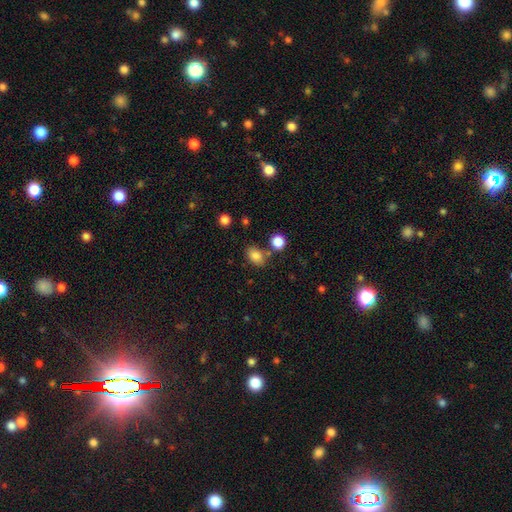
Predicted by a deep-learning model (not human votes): This appears to be a smooth galaxy with no disk features (83%) that is in between round and cigar-shaped (77%). Merging: none (72%).